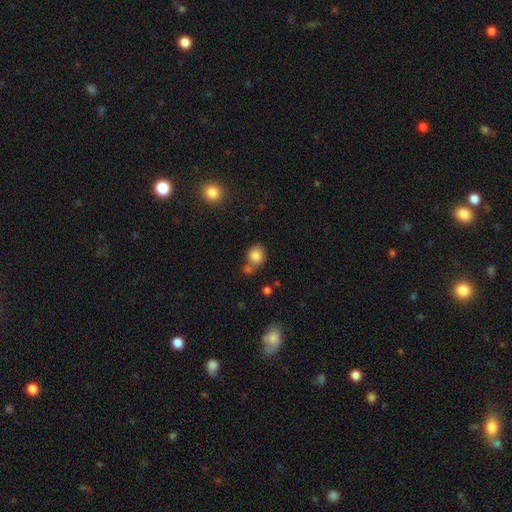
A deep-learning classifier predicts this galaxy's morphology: smooth 83%, star or artifact 10%, featured or disk 7%. Down the decision tree: how rounded — round (70%); merging — none (54%).